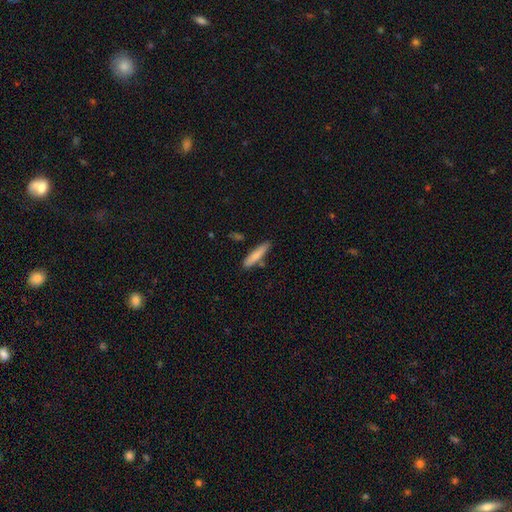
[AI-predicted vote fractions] This appears to be a smooth galaxy with no disk features (79%) that is cigar-shaped (85%). Merging: none (80%).